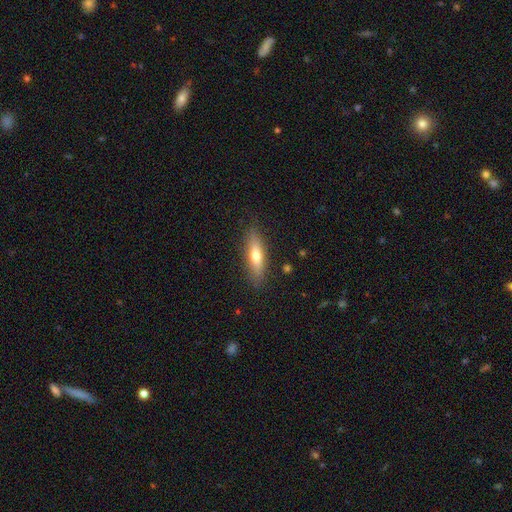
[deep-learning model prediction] smooth-or-featured: smooth: 62% | featured or disk: 31% | star or artifact: 6%
  how-rounded: cigar-shaped: 62% | in between: 35% | round: 2%
  merging: none: 85% | minor disturbance: 11% | major disturbance: 3% | merger: 1%